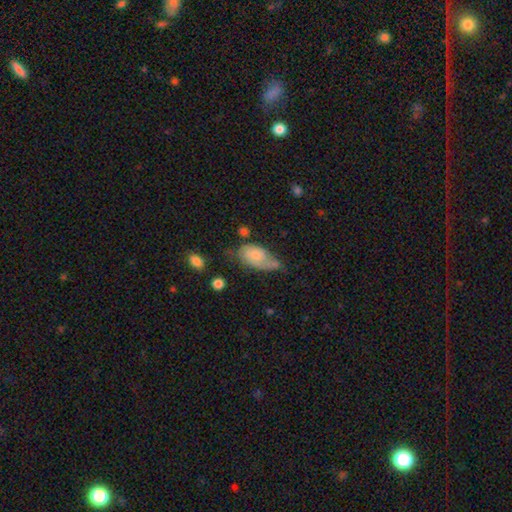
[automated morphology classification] smooth-or-featured: smooth: 57% | featured or disk: 36% | star or artifact: 7%
  how-rounded: in between: 90% | round: 5% | cigar-shaped: 4%
  merging: none: 34% | minor disturbance: 32% | major disturbance: 26% | merger: 8%